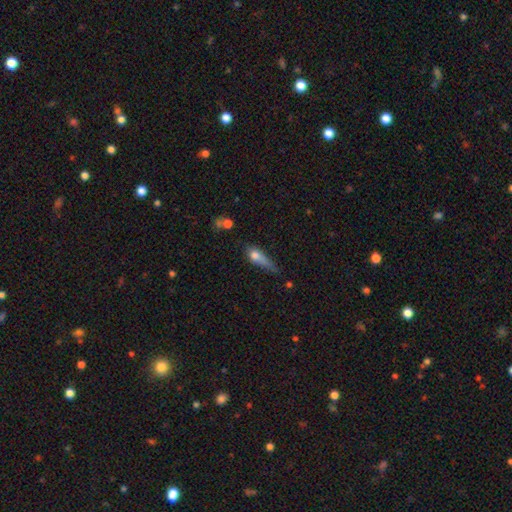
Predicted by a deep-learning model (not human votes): Morphology: type=smooth (66%); roundness=in between (49%); merging=minor disturbance (35%).